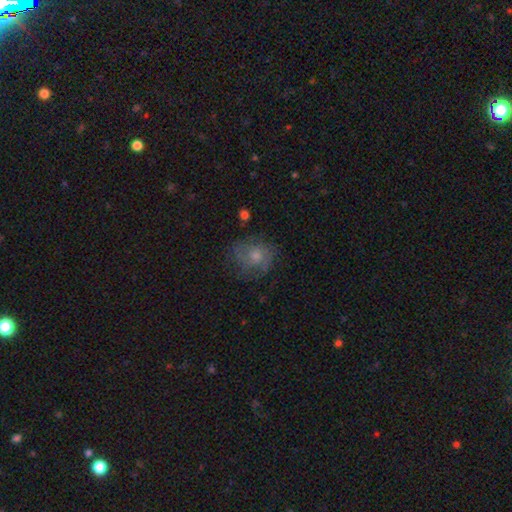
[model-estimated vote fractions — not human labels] The model was most divided on "smooth or featured": featured or disk: 46%, smooth: 39%, star or artifact: 14%. More confident: merging — none (70%).